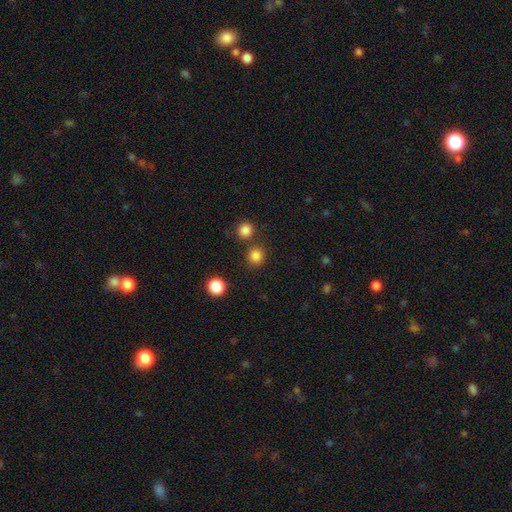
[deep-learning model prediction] Smooth or featured? smooth (83%)
How rounded? round (92%)
Merging? none (82%)